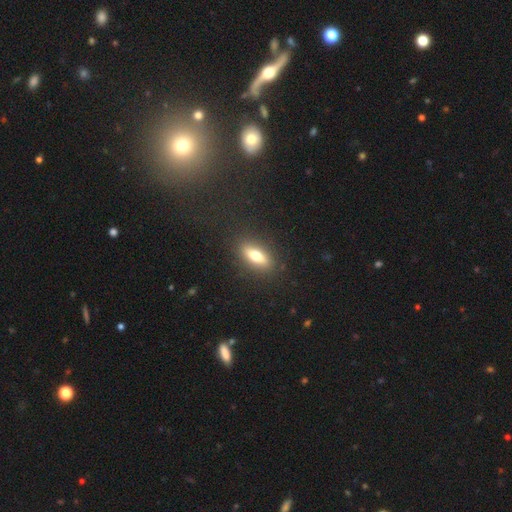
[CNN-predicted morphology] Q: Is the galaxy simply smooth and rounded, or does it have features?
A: smooth — 65%.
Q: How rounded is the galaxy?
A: in between — 65%.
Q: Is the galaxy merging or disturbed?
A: none — 87%.